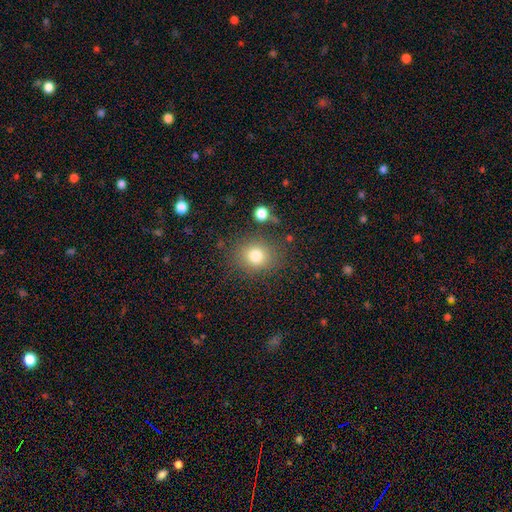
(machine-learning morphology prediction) type=smooth (80%); roundness=round (71%); merging=none (79%).